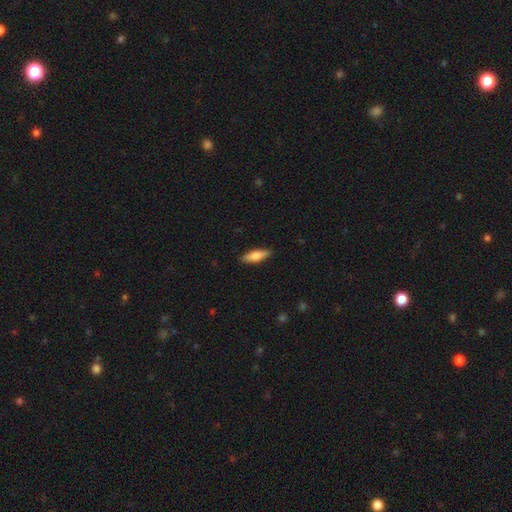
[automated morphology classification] Smooth or featured: smooth — 69% (featured or disk — 25%)
How rounded: in between — 51% (cigar-shaped — 47%)
Merging: none — 88% (minor disturbance — 9%)